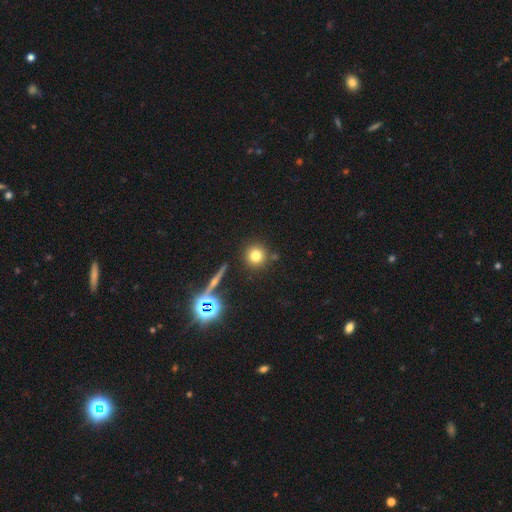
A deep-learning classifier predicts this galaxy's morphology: Q: Smooth or featured?
A: smooth (74%); runner-up: star or artifact (15%)
Q: How rounded?
A: round (94%); runner-up: in between (5%)
Q: Merging?
A: none (85%); runner-up: minor disturbance (7%)